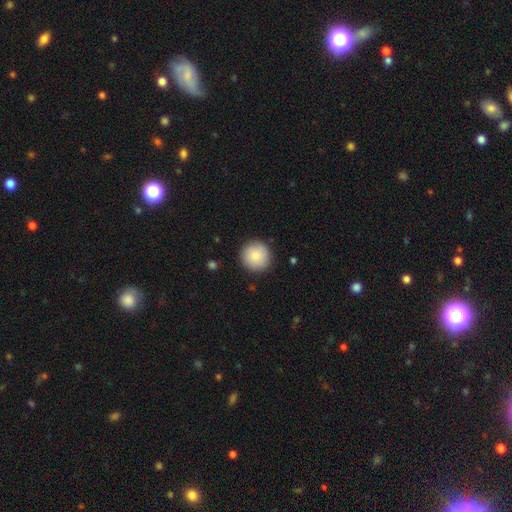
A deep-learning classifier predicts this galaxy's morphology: Smooth or featured? smooth (87%)
How rounded? round (96%)
Merging? none (91%)